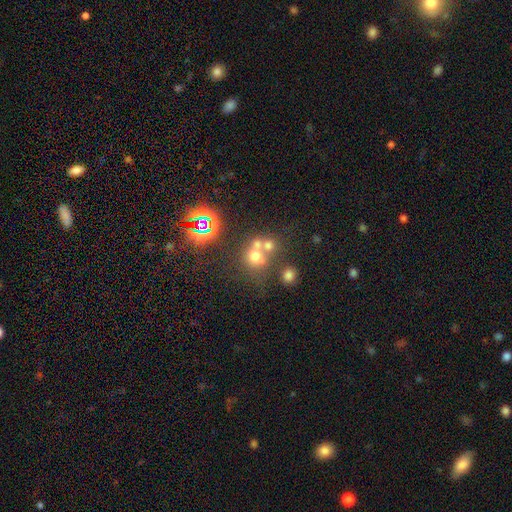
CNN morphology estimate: This is possibly a smooth galaxy (56%). How rounded: likely round (77%). Merging: possibly merger (45%).